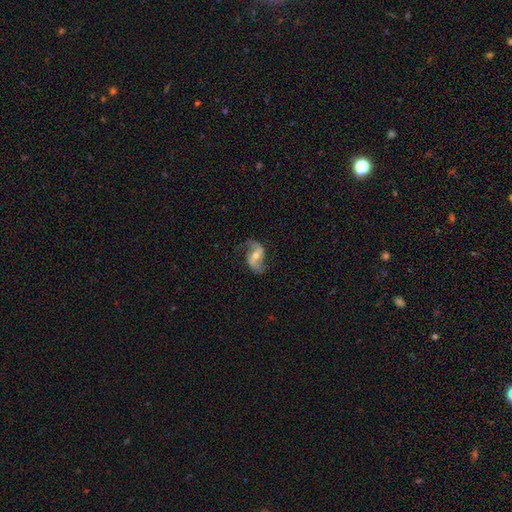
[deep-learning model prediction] The model was most divided on "bar": weak: 42%, strong: 30%, no: 28%. More confident: edge-on disk — no (97%); spiral arms — yes (94%); spiral arm count — 2 (92%); smooth or featured — featured or disk (84%); merging — none (77%); spiral winding — loose (67%); bulge size — moderate (62%).